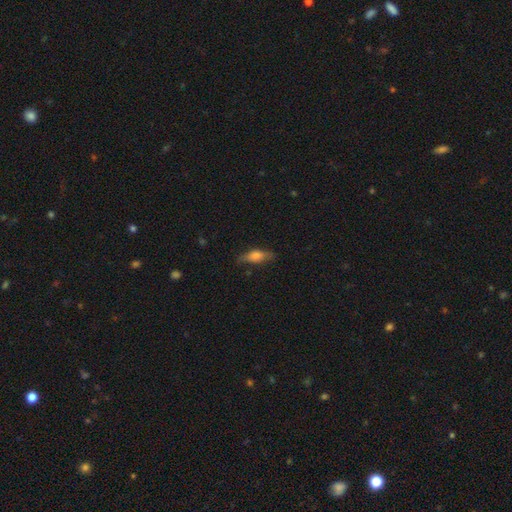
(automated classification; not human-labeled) Overall: smooth (61%; featured or disk 32%). How rounded: in between (58%; cigar-shaped 39%). Merging: none (71%).